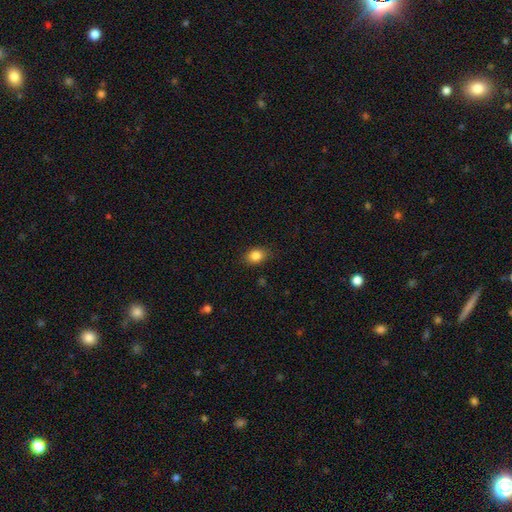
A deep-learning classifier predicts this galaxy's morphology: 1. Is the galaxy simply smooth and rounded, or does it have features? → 84% smooth, 10% star or artifact, 6% featured or disk.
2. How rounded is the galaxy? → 59% in between, 39% round, 1% cigar-shaped.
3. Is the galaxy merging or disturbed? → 84% none, 12% minor disturbance, 3% major disturbance, 1% merger.